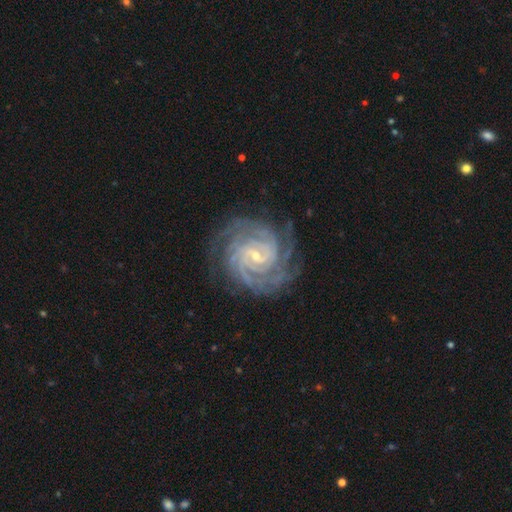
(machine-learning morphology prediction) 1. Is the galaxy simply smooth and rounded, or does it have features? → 92% featured or disk, 5% star or artifact, 3% smooth.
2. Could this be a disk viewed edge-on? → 98% no, 2% yes.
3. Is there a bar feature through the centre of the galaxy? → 45% weak, 33% no, 22% strong.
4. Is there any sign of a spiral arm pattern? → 99% yes, 1% no.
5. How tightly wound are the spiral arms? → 80% tight, 18% medium, 2% loose.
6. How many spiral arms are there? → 28% 4, 19% 3, 16% can't tell, 15% 2, 14% more than 4, 8% 1.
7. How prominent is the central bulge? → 79% small, 17% moderate, 2% none, 1% large, 1% dominant.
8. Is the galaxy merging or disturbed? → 81% none, 13% minor disturbance, 4% major disturbance, 1% merger.